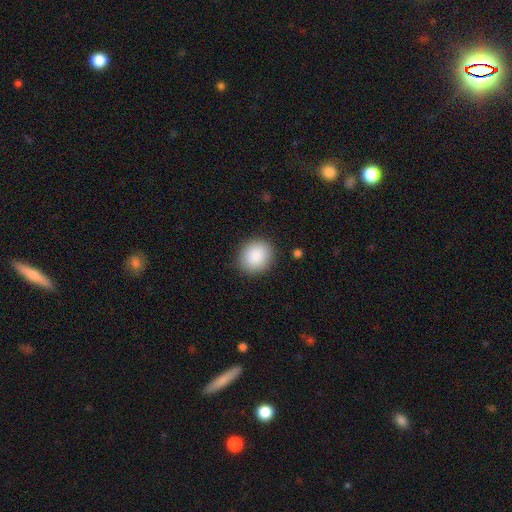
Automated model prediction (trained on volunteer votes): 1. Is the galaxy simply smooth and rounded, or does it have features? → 89% smooth, 7% star or artifact, 4% featured or disk.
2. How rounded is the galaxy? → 71% round, 28% in between, 1% cigar-shaped.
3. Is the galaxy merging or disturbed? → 88% none, 8% minor disturbance, 3% major disturbance, 1% merger.